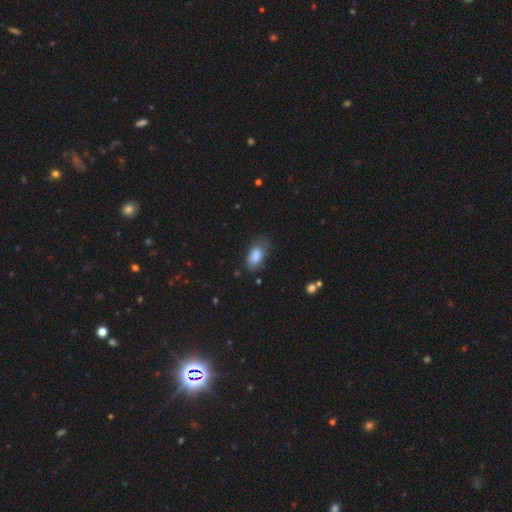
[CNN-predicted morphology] smooth 86%, star or artifact 7%, featured or disk 7%. Down the decision tree: how rounded — in between (91%); merging — none (65%).